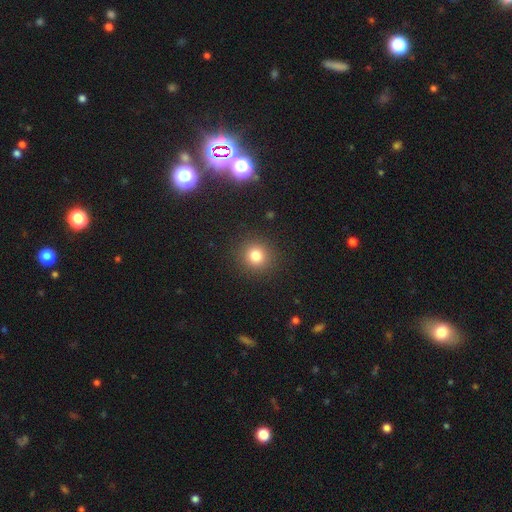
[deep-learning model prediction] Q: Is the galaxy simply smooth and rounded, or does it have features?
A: smooth — 80%.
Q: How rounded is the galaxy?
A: round — 92%.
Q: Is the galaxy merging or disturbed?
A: none — 90%.